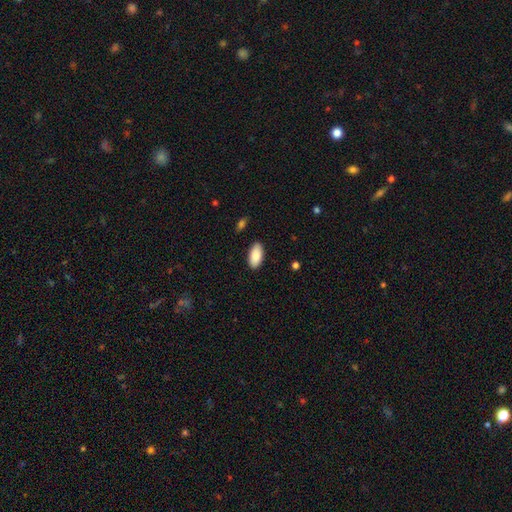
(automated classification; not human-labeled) A smooth galaxy with no disk features (88%) that is in between round and cigar-shaped (94%). Merging: none (89%).